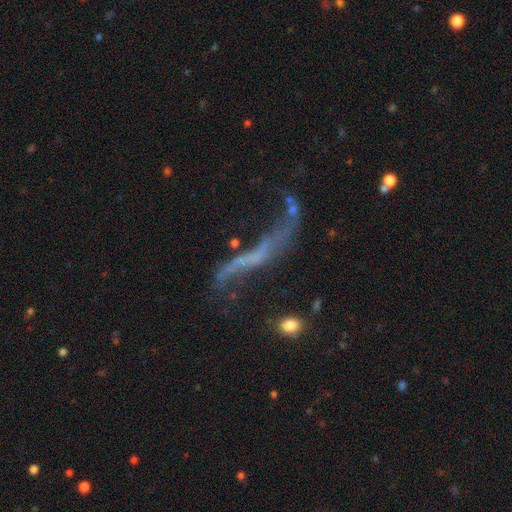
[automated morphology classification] Smooth or featured: featured or disk — 65% (smooth — 19%)
Edge-on disk: no — 70% (yes — 30%)
Merging: none — 39% (major disturbance — 31%)